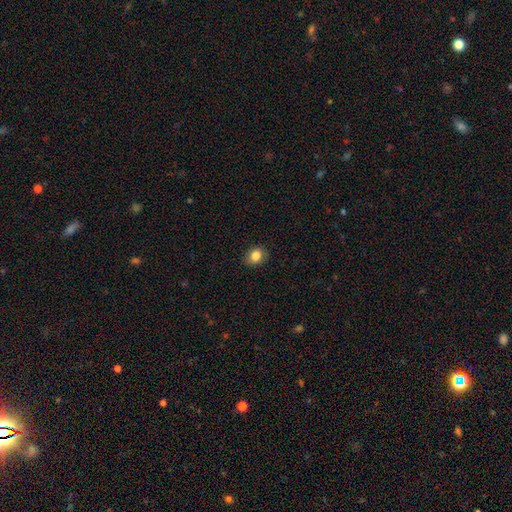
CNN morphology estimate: This is clearly a smooth galaxy (84%). How rounded: possibly in between (51%). Merging: clearly none (85%).